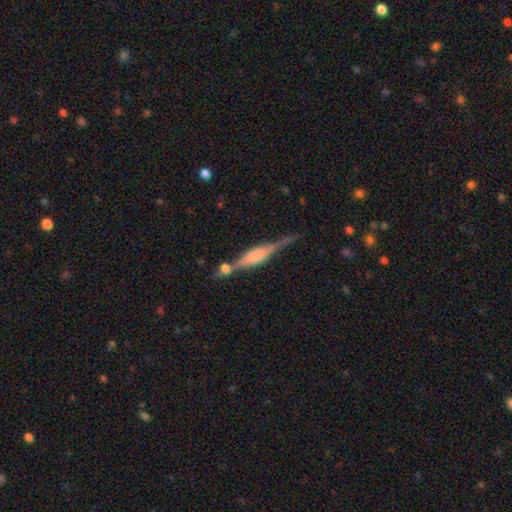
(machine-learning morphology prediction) Smooth or featured? featured or disk (76%)
Edge-on disk? yes (97%)
Edge-on bulge? rounded (49%)
Merging? none (71%)